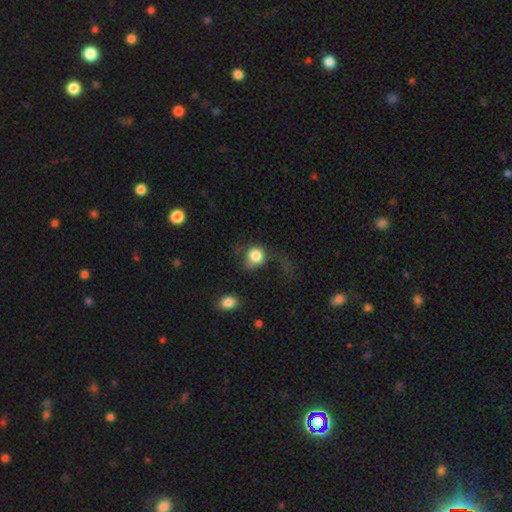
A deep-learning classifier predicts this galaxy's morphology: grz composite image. It shows a smooth galaxy with no disk features (80%) that is round (80%). Merging: none (38%).